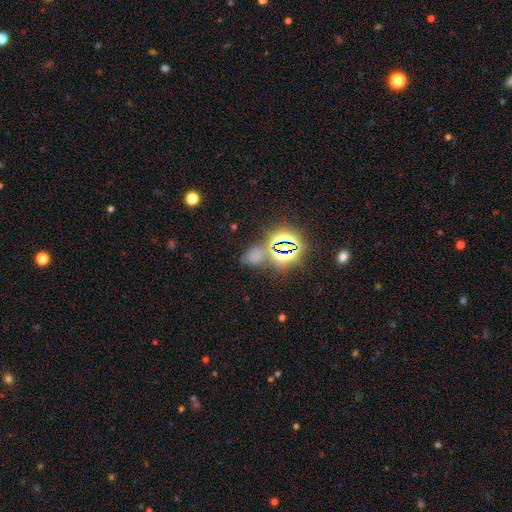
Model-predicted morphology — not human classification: Smooth or featured: star or artifact — 53% (smooth — 38%)